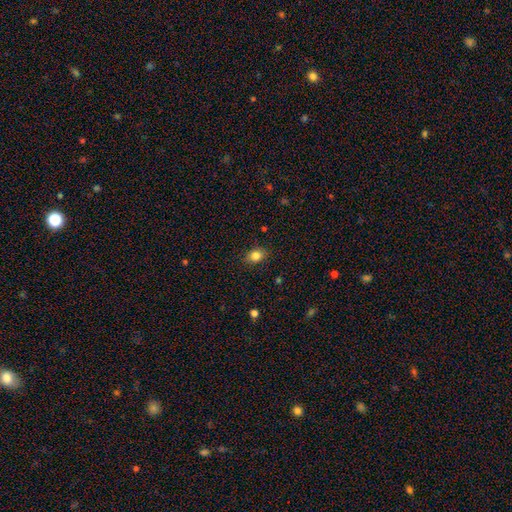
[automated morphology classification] smooth-or-featured: smooth: 84% | star or artifact: 10% | featured or disk: 6%
  how-rounded: in between: 64% | round: 34% | cigar-shaped: 1%
  merging: none: 86% | minor disturbance: 10% | major disturbance: 3% | merger: 1%